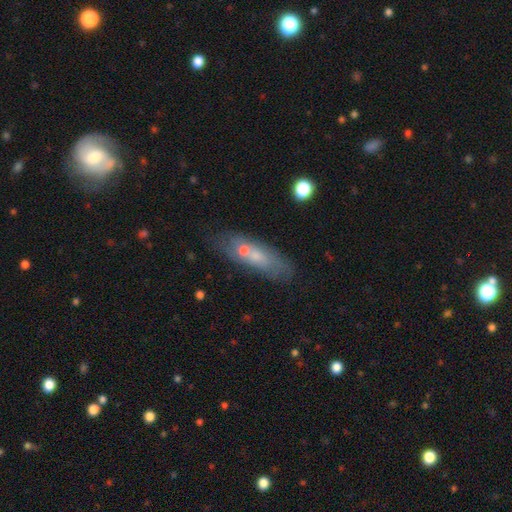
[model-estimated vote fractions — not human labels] smooth_or_featured: smooth (p=0.46) [alt: featured or disk p=0.40]
merging: none (p=0.67) [alt: minor disturbance p=0.16]